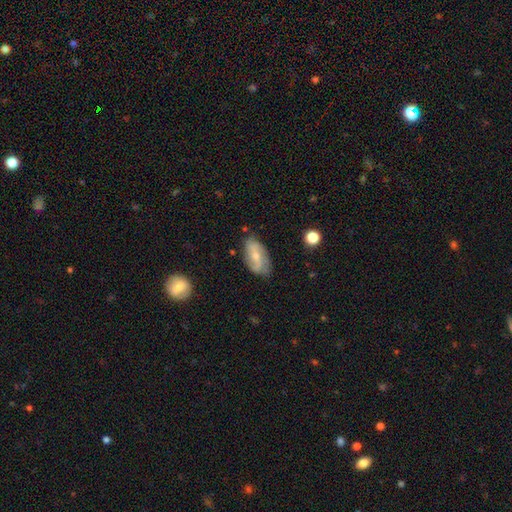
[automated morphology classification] This appears to be a featured or disk galaxy (64%) with a weak bar (41%), 2 (80%) loose (47%) spiral arms (86%) and a small central bulge (59%). Merging: none (71%).